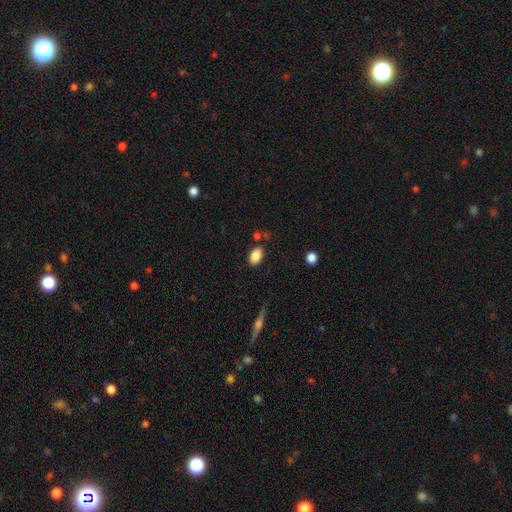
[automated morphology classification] A smooth galaxy with no disk features (86%) that is in between round and cigar-shaped (90%).

Vote fractions:
- Smooth or featured? smooth: 86% / star or artifact: 8% / featured or disk: 6%
- How rounded? in between: 90% / round: 8% / cigar-shaped: 2%
- Merging? none: 81% / minor disturbance: 11% / merger: 4% / major disturbance: 3%